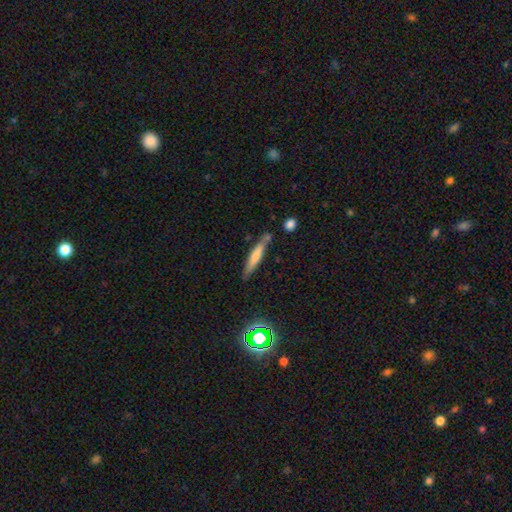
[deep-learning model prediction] This is possibly a smooth galaxy (58%). How rounded: clearly cigar-shaped (93%). Merging: likely none (76%).